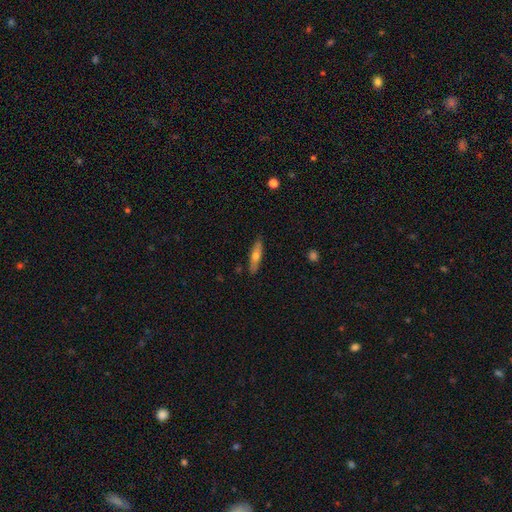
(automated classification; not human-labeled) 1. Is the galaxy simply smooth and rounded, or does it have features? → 56% smooth, 38% featured or disk, 6% star or artifact.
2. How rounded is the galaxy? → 70% cigar-shaped, 27% in between, 2% round.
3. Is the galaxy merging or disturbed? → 87% none, 10% minor disturbance, 2% major disturbance, 1% merger.